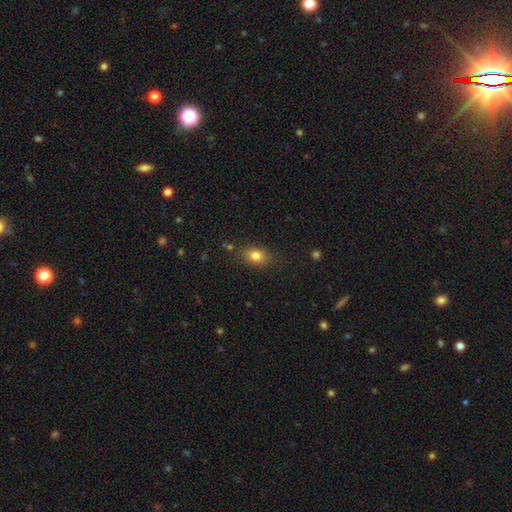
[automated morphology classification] A smooth galaxy with no disk features (82%) that is in between round and cigar-shaped (72%).

Vote fractions:
- Smooth or featured? smooth: 82% / star or artifact: 10% / featured or disk: 8%
- How rounded? in between: 72% / round: 26% / cigar-shaped: 2%
- Merging? none: 79% / minor disturbance: 14% / major disturbance: 4% / merger: 3%